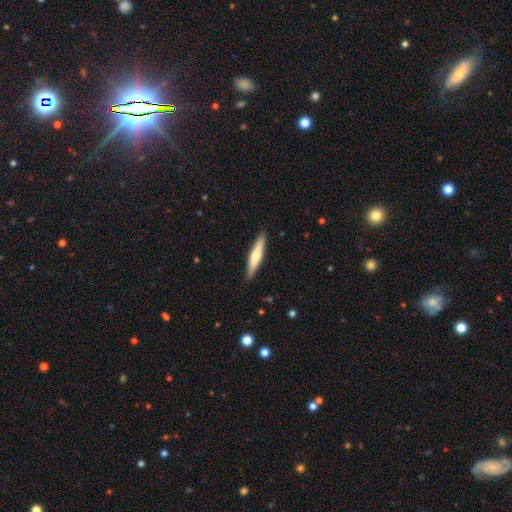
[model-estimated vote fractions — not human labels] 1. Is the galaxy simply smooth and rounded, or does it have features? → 53% smooth, 41% featured or disk, 5% star or artifact.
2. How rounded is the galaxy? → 87% cigar-shaped, 12% in between, 1% round.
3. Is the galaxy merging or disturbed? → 90% none, 8% minor disturbance, 2% major disturbance, 1% merger.